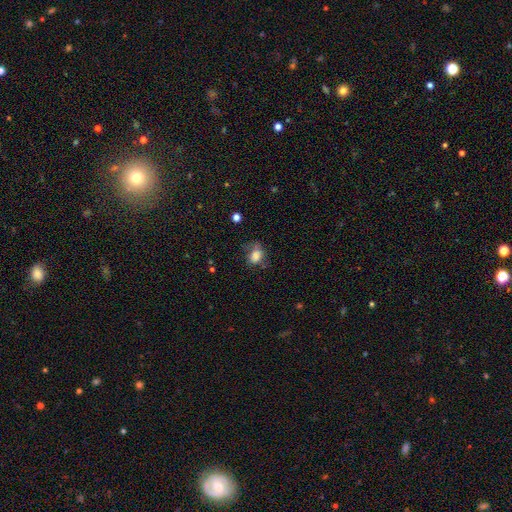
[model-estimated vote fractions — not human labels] smooth 77%, featured or disk 12%, star or artifact 11%. Down the decision tree: how rounded — in between (66%); merging — none (44%).